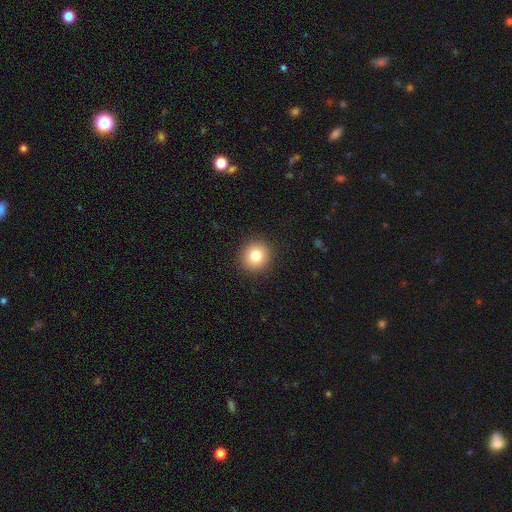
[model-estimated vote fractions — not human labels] smooth 81%, star or artifact 11%, featured or disk 8%. Down the decision tree: how rounded — round (90%); merging — none (92%).